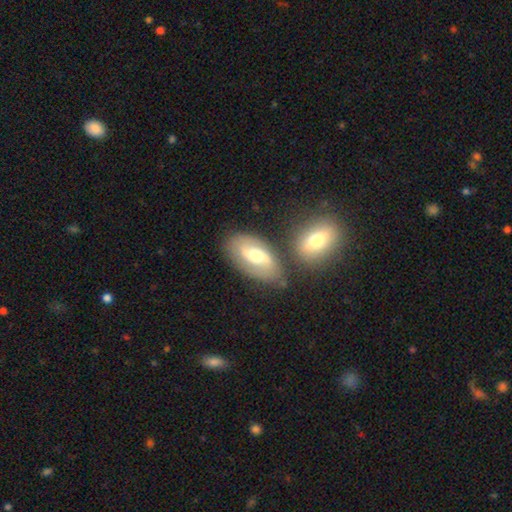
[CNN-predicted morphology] smooth_or_featured: featured or disk (p=0.58) [alt: smooth p=0.36]
disk_edge_on: no (p=0.91) [alt: yes p=0.09]
bar: weak (p=0.48) [alt: no p=0.31]
has_spiral_arms: yes (p=0.79) [alt: no p=0.21]
bulge_size: moderate (p=0.71) [alt: small p=0.14]
merging: none (p=0.66) [alt: minor disturbance p=0.15]